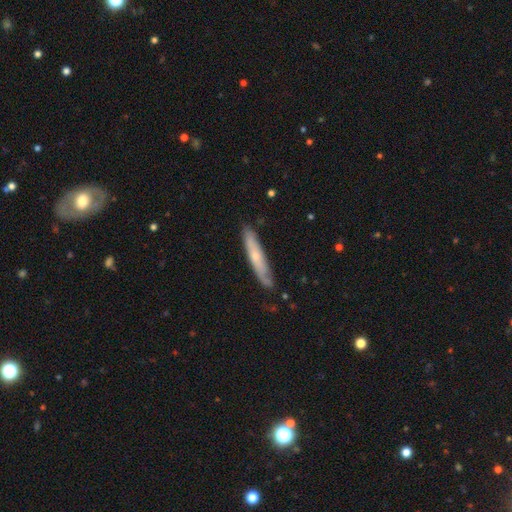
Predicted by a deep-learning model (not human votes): A featured or disk galaxy (49%). Merging: none (79%).